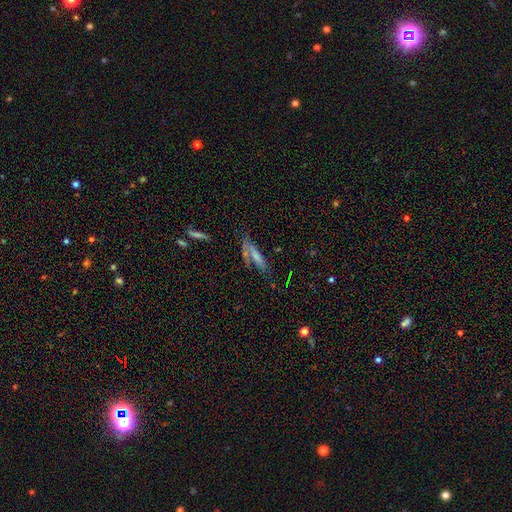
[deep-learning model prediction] A smooth galaxy with no disk features (56%) that is cigar-shaped (60%).

Vote fractions:
- Smooth or featured? smooth: 56% / featured or disk: 32% / star or artifact: 12%
- How rounded? cigar-shaped: 60% / in between: 37% / round: 3%
- Merging? none: 49% / minor disturbance: 24% / major disturbance: 15% / merger: 12%